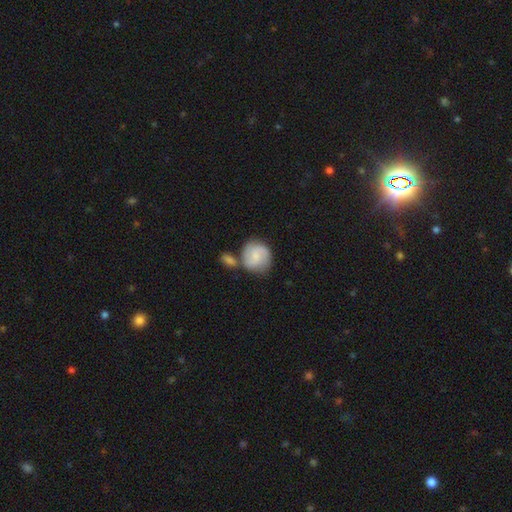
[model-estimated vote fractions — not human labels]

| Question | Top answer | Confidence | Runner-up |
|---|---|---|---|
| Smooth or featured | smooth | 50% | featured or disk (43%) |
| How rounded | round | 80% | in between (19%) |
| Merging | none | 50% | merger (27%) |